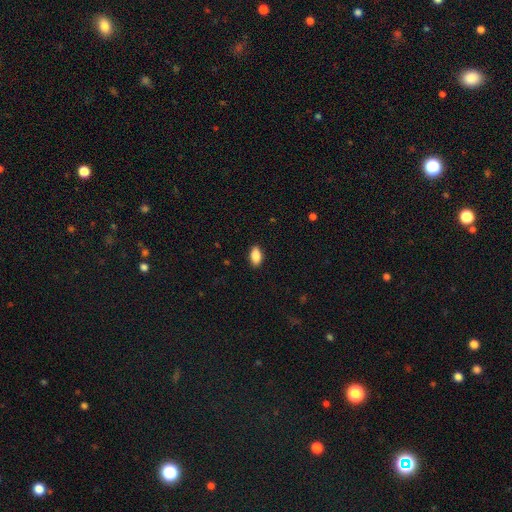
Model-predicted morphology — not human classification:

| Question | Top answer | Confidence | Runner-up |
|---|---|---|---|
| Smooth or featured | smooth | 89% | star or artifact (7%) |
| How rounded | in between | 92% | cigar-shaped (5%) |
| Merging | none | 89% | minor disturbance (8%) |